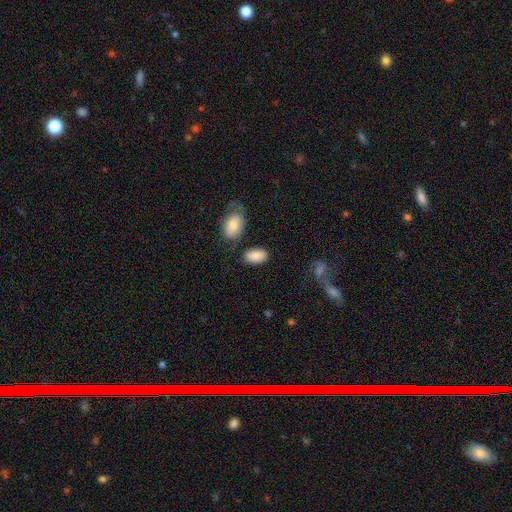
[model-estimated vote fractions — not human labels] Q: Smooth or featured?
A: smooth (87%); runner-up: star or artifact (7%)
Q: How rounded?
A: in between (94%); runner-up: round (5%)
Q: Merging?
A: none (73%); runner-up: minor disturbance (15%)